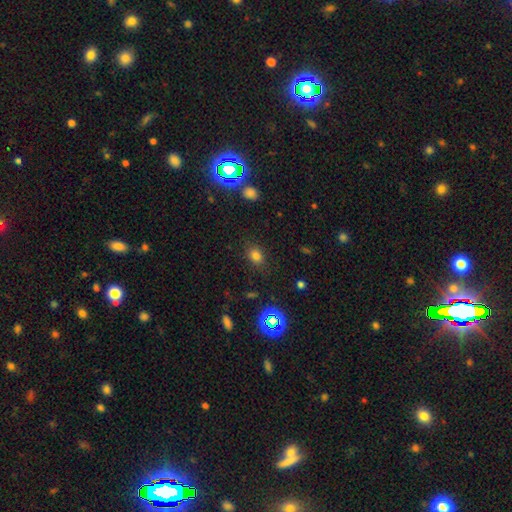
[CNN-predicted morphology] Smooth or featured: smooth — 73% (star or artifact — 19%)
How rounded: in between — 56% (round — 42%)
Merging: none — 82% (minor disturbance — 12%)